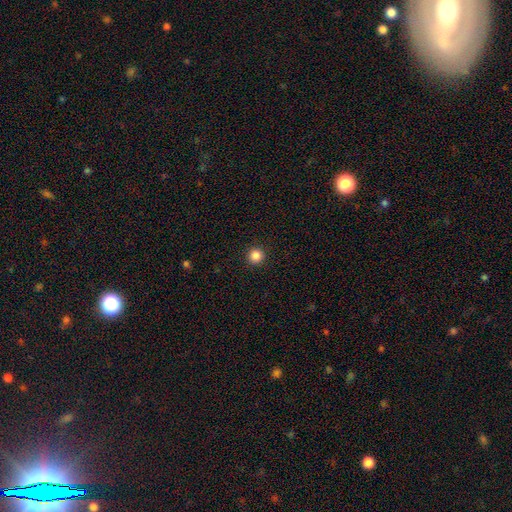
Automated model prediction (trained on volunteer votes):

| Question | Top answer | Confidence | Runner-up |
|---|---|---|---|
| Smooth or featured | smooth | 85% | star or artifact (12%) |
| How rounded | round | 96% | in between (3%) |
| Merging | none | 94% | minor disturbance (4%) |